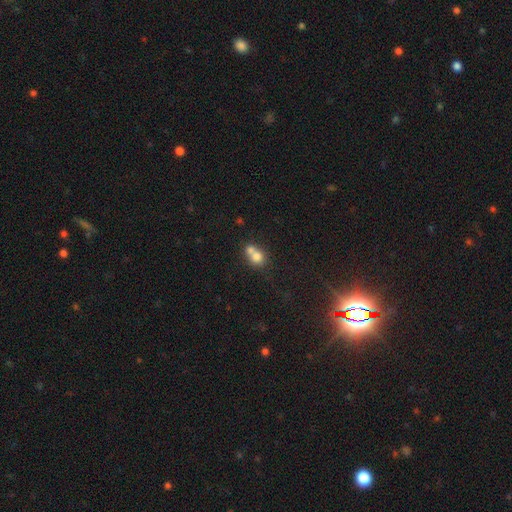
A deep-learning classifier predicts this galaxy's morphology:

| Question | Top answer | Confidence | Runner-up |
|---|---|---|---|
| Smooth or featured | smooth | 73% | featured or disk (16%) |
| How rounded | round | 70% | in between (28%) |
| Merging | merger | 64% | none (26%) |